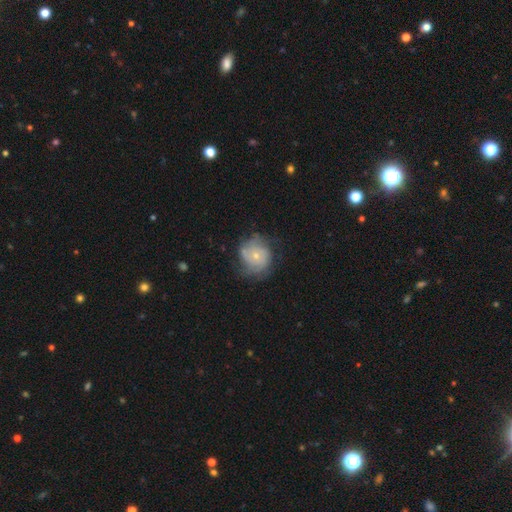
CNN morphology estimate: type=featured or disk (60%); edge-on=no (98%); bar=no (81%); spiral arms=yes (79%); bulge=small (64%); merging=none (61%).